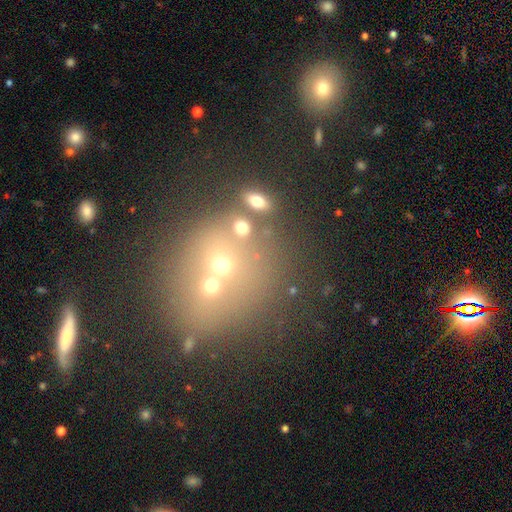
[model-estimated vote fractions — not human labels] Smooth or featured? Predicted: smooth (p=0.50). How rounded? Predicted: round (p=0.68). Merging? Predicted: merger (p=0.49).